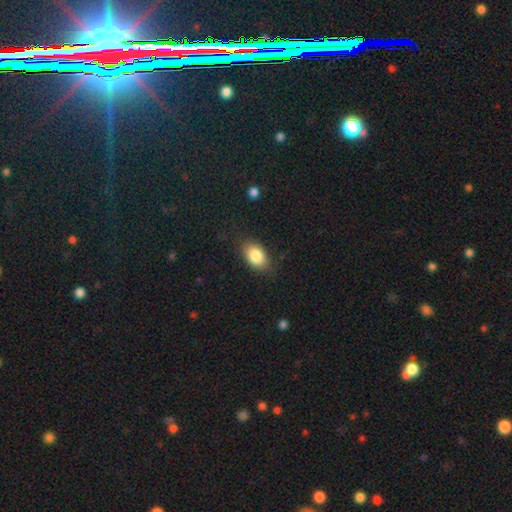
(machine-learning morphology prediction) Q: Smooth or featured?
A: smooth (84%); runner-up: featured or disk (9%)
Q: How rounded?
A: in between (87%); runner-up: round (11%)
Q: Merging?
A: none (80%); runner-up: minor disturbance (15%)